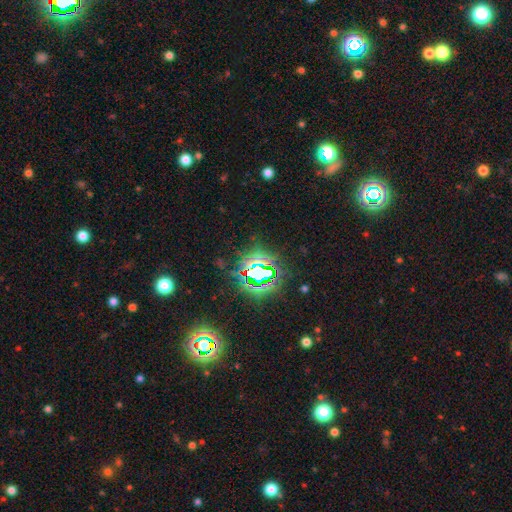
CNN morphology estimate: Smooth or featured? star or artifact (79%)